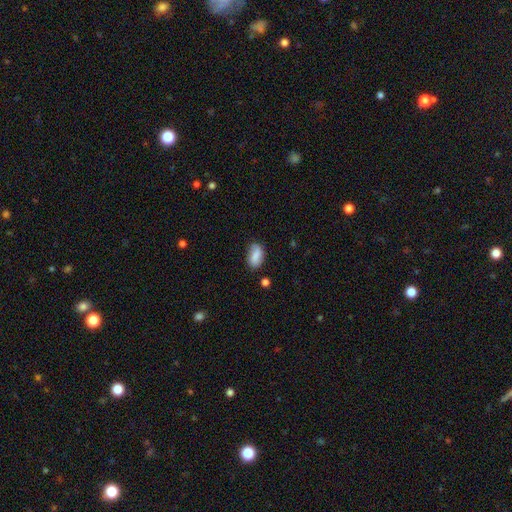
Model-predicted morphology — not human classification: Smooth or featured? smooth (77%)
How rounded? in between (91%)
Merging? none (69%)